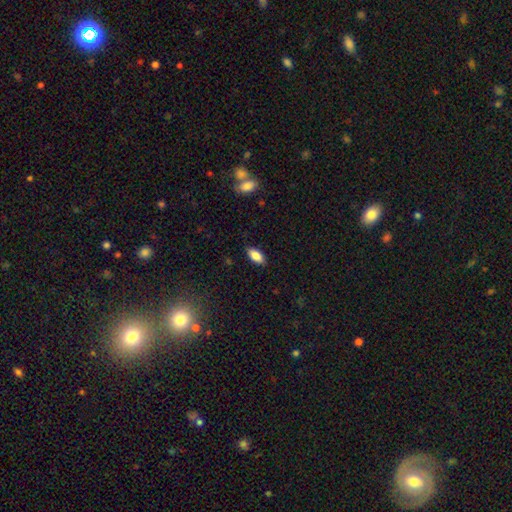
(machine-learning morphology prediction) Smooth or featured: smooth — 85% (featured or disk — 8%)
How rounded: in between — 89% (cigar-shaped — 8%)
Merging: none — 87% (minor disturbance — 10%)